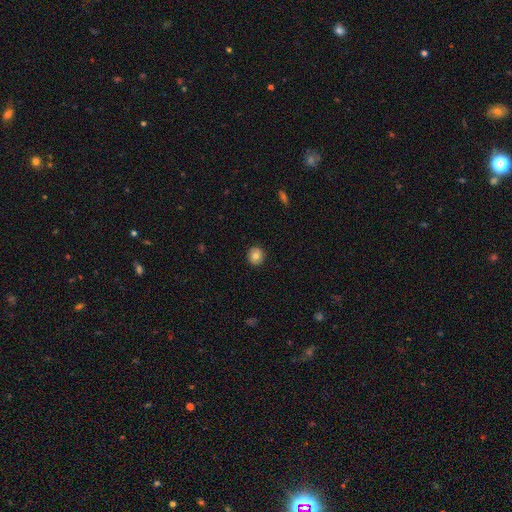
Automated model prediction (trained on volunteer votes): A smooth galaxy with no disk features (80%) that is round (91%).

Vote fractions:
- Smooth or featured? smooth: 80% / featured or disk: 11% / star or artifact: 9%
- How rounded? round: 91% / in between: 8% / cigar-shaped: 1%
- Merging? none: 91% / minor disturbance: 6% / major disturbance: 2% / merger: 1%